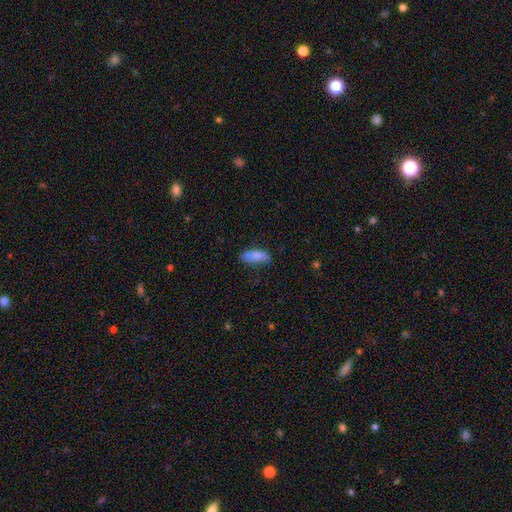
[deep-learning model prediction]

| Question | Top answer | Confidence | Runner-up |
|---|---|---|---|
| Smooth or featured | smooth | 82% | featured or disk (11%) |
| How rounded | in between | 72% | cigar-shaped (26%) |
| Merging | none | 66% | minor disturbance (26%) |